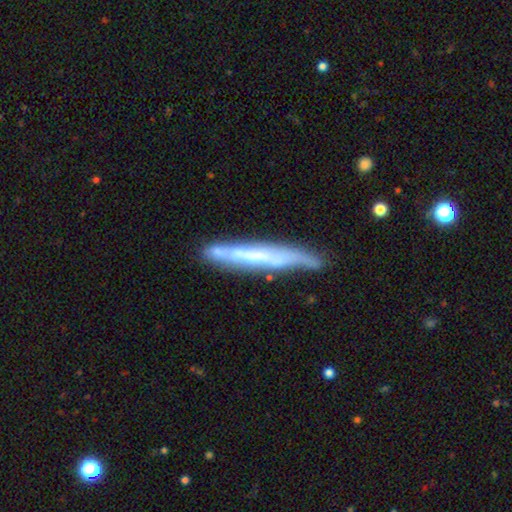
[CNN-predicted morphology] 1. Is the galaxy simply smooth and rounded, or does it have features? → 54% featured or disk, 39% smooth, 6% star or artifact.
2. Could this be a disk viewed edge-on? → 81% yes, 19% no.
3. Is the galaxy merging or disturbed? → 71% none, 20% minor disturbance, 4% merger, 4% major disturbance.